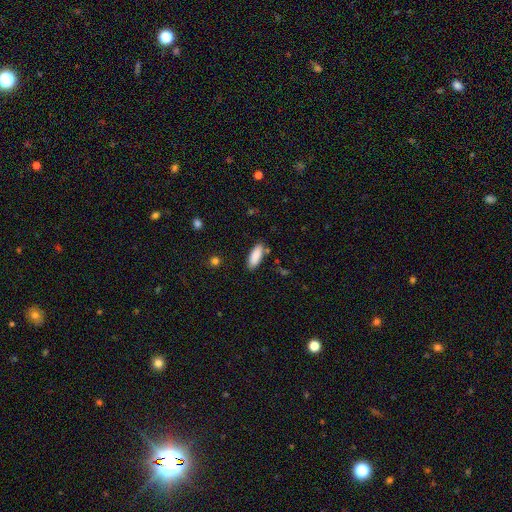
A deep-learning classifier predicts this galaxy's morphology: This is clearly a smooth galaxy (89%). How rounded: likely in between (78%). Merging: clearly none (83%).